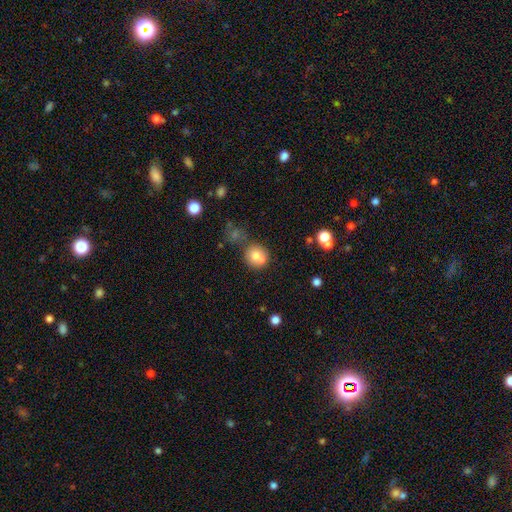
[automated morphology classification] smooth 71%, featured or disk 18%, star or artifact 11%. Down the decision tree: how rounded — round (77%); merging — none (43%).